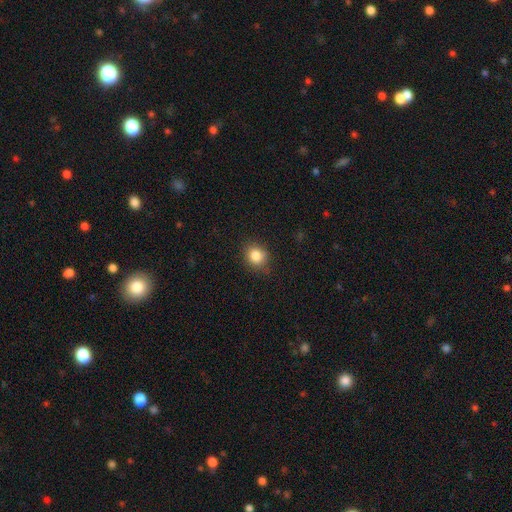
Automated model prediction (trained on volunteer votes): The model was most divided on "how rounded": round: 67%, in between: 32%, cigar-shaped: 1%. More confident: smooth or featured — smooth (84%); merging — none (83%).